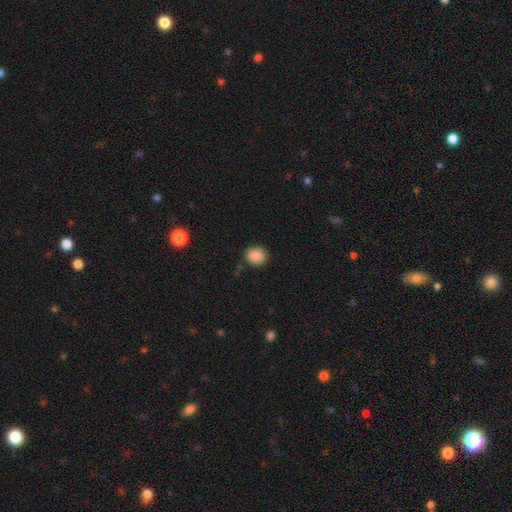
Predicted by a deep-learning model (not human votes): Q: Smooth or featured?
A: smooth (88%); runner-up: star or artifact (9%)
Q: How rounded?
A: round (73%); runner-up: in between (26%)
Q: Merging?
A: none (85%); runner-up: minor disturbance (10%)